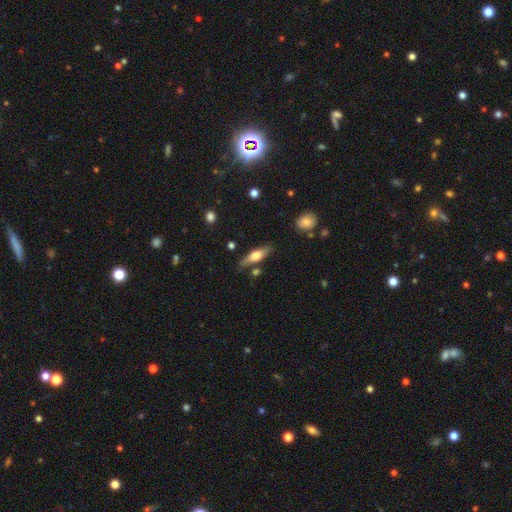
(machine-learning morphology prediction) Smooth or featured: smooth — 53% (featured or disk — 41%)
How rounded: cigar-shaped — 50% (in between — 47%)
Merging: none — 76% (minor disturbance — 15%)